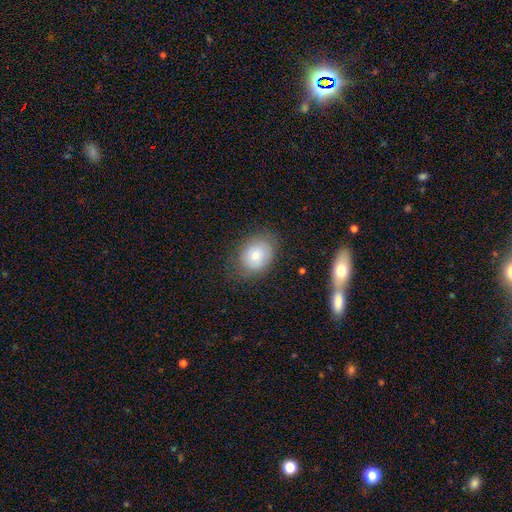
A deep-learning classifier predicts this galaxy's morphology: This is likely a smooth galaxy (72%). How rounded: possibly in between (53%). Merging: likely none (74%).